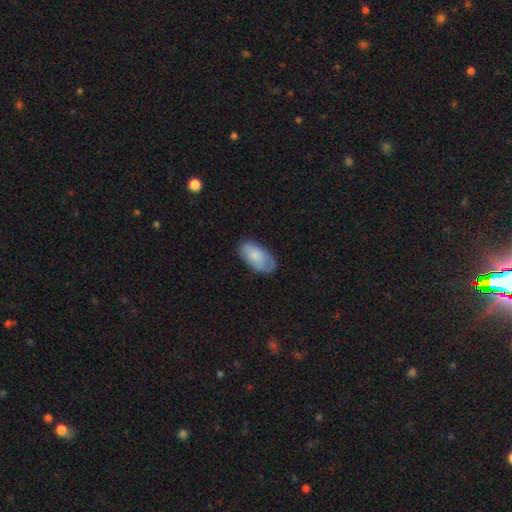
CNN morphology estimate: A smooth galaxy with no disk features (79%) that is in between round and cigar-shaped (94%). Merging: none (72%).